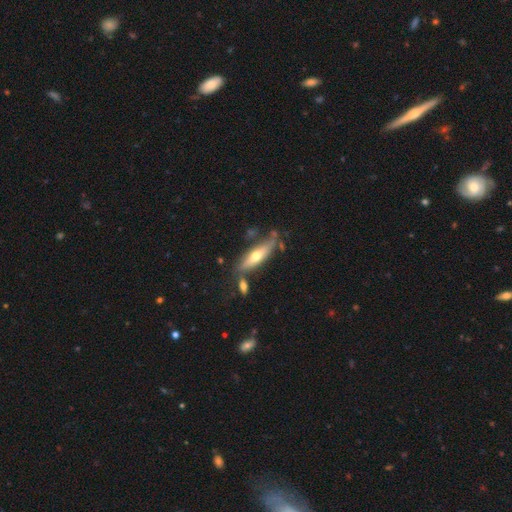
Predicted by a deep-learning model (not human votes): A featured or disk galaxy (49%). Merging: none (66%).